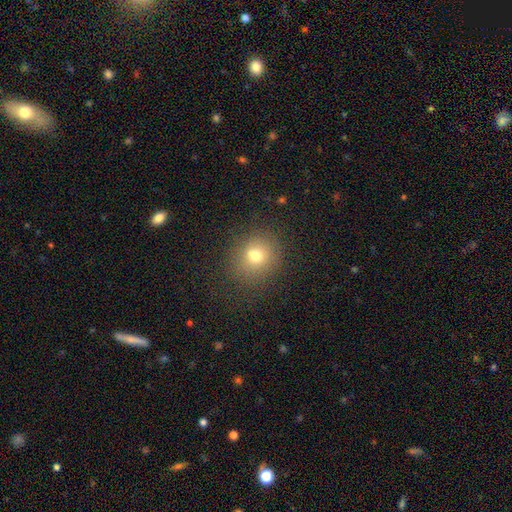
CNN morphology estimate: Overall: smooth (70%). How rounded: round (81%). Merging: none (71%).